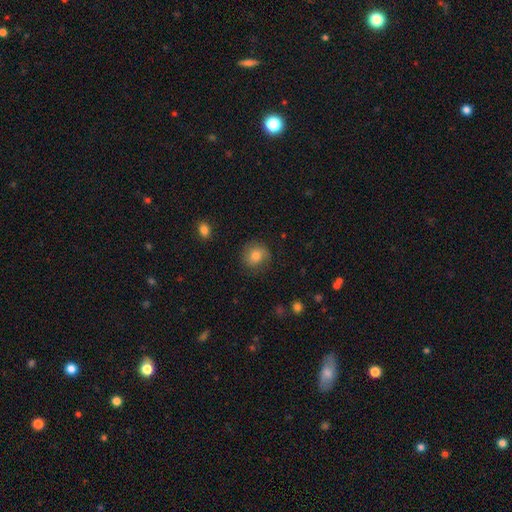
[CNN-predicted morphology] smooth-or-featured: smooth: 79% | featured or disk: 11% | star or artifact: 10%
  how-rounded: round: 83% | in between: 16% | cigar-shaped: 1%
  merging: none: 80% | minor disturbance: 14% | major disturbance: 4% | merger: 1%